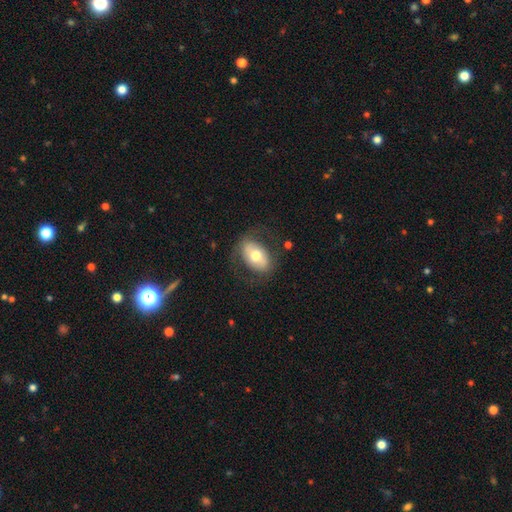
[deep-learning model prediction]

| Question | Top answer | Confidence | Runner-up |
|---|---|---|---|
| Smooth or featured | smooth | 56% | featured or disk (37%) |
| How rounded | in between | 86% | round (13%) |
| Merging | none | 72% | minor disturbance (16%) |